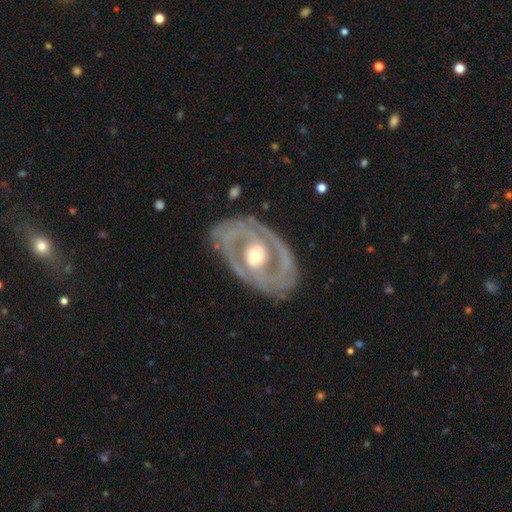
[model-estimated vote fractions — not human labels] Smooth or featured: featured or disk — 88% (smooth — 8%)
Edge-on disk: no — 96% (yes — 4%)
Bar: no — 46% (weak — 31%)
Spiral arms: yes — 87% (no — 13%)
Spiral winding: tight — 54% (medium — 35%)
Spiral arm count: 2 — 79% (can't tell — 9%)
Bulge size: moderate — 67% (small — 25%)
Merging: none — 81% (minor disturbance — 13%)